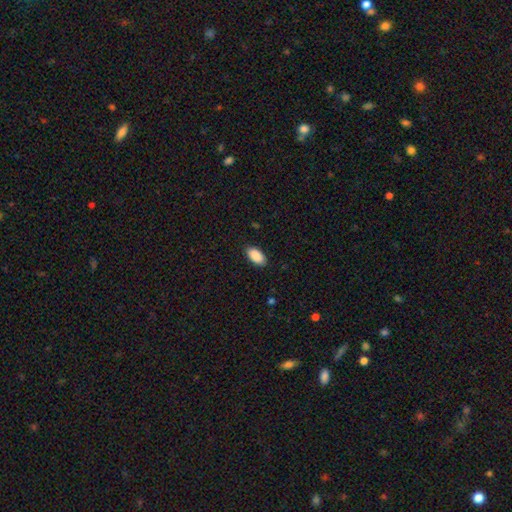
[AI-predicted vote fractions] Q: Smooth or featured?
A: smooth (90%); runner-up: star or artifact (6%)
Q: How rounded?
A: in between (94%); runner-up: cigar-shaped (4%)
Q: Merging?
A: none (88%); runner-up: minor disturbance (9%)